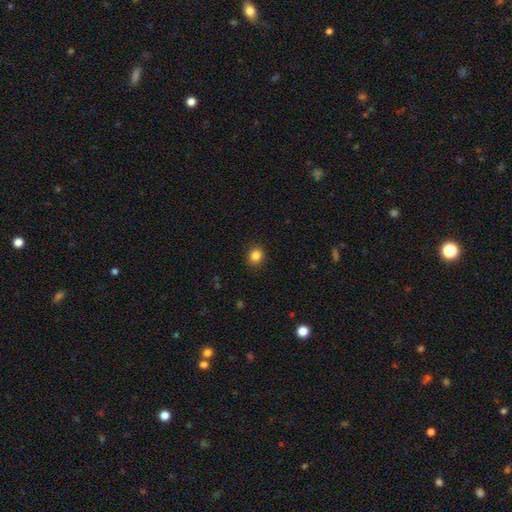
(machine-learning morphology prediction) smooth_or_featured: smooth (p=0.85) [alt: star or artifact p=0.11]
how_rounded: round (p=0.79) [alt: in between p=0.20]
merging: none (p=0.90) [alt: minor disturbance p=0.07]